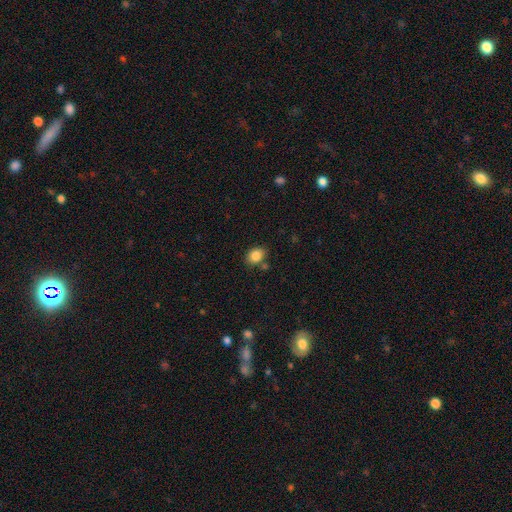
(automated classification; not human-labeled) Smooth or featured? smooth (85%)
How rounded? in between (58%)
Merging? none (77%)